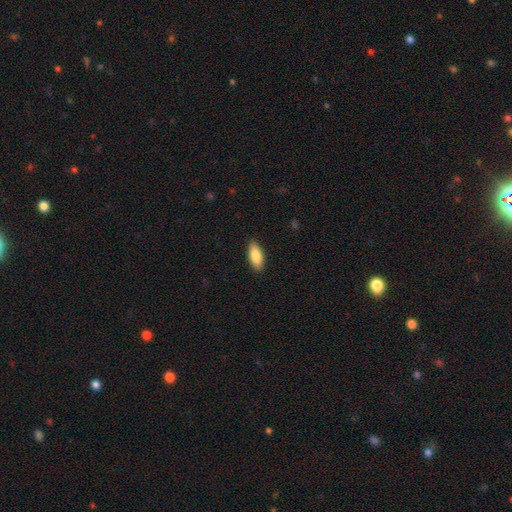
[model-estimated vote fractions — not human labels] A smooth galaxy with no disk features (85%) that is in between round and cigar-shaped (80%).

Vote fractions:
- Smooth or featured? smooth: 85% / featured or disk: 9% / star or artifact: 6%
- How rounded? in between: 80% / cigar-shaped: 18% / round: 2%
- Merging? none: 89% / minor disturbance: 8% / major disturbance: 2% / merger: 1%